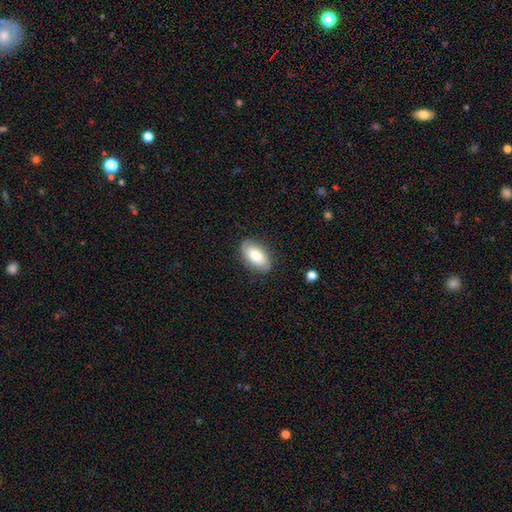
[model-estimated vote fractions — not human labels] Smooth or featured? Predicted: smooth (p=0.75). How rounded? Predicted: in between (p=0.93). Merging? Predicted: none (p=0.83).